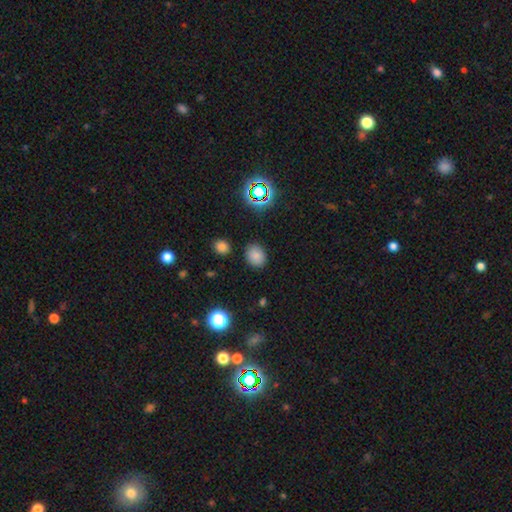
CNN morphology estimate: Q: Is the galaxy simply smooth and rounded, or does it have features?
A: smooth — 79%.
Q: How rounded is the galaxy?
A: round — 53%.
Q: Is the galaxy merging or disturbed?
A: none — 85%.